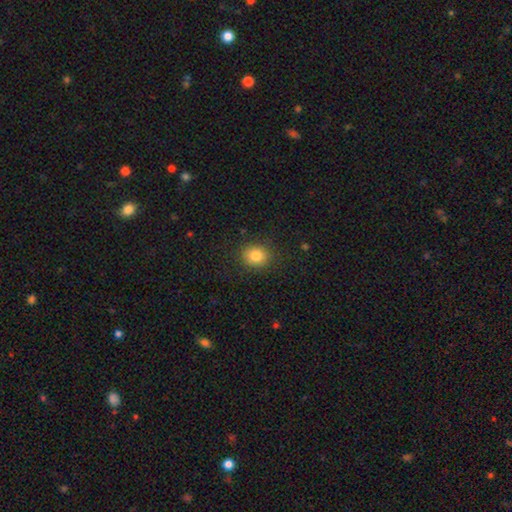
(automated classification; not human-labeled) A smooth galaxy with no disk features (83%) that is round (74%). Merging: none (88%).